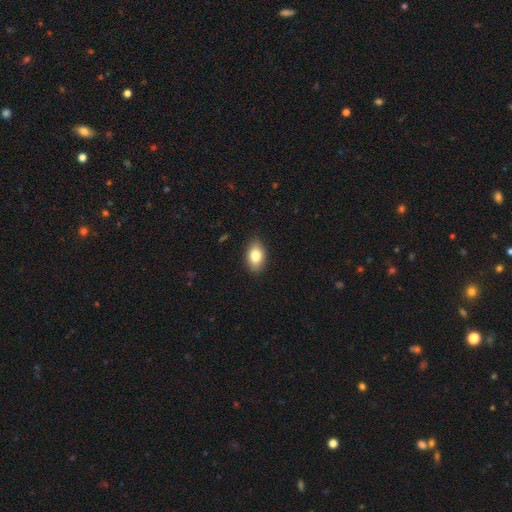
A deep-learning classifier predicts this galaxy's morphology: A smooth galaxy with no disk features (81%) that is in between round and cigar-shaped (88%). Merging: none (87%).